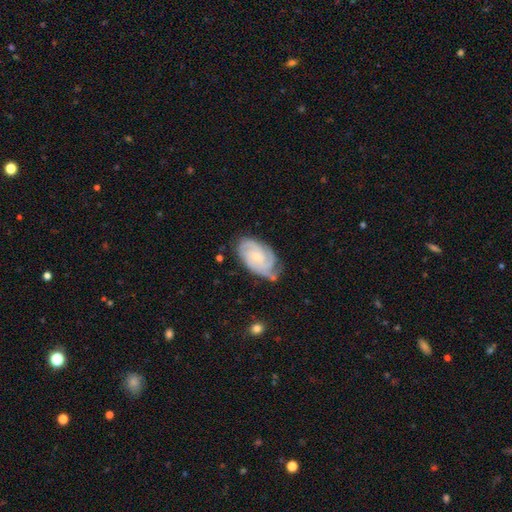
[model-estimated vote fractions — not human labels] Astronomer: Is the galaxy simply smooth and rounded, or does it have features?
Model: featured or disk — 83%.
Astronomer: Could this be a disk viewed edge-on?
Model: no — 97%.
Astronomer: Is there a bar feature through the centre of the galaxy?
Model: no — 66%.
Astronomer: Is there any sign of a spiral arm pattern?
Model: yes — 97%.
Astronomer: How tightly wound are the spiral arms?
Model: tight — 67%.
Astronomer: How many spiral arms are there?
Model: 3 — 39% (runner-up: 2, 23%).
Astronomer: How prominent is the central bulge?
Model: small — 68%.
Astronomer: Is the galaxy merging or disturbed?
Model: none — 67%.